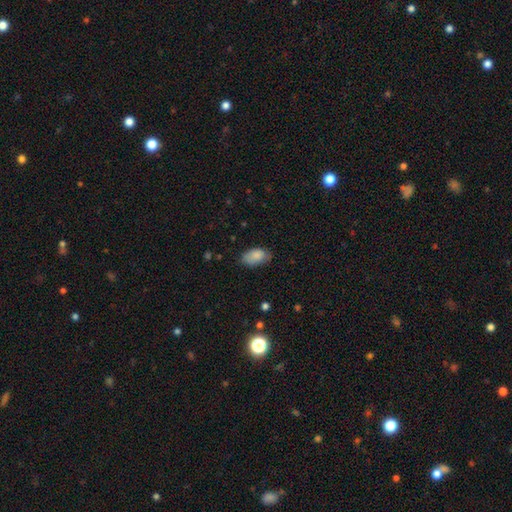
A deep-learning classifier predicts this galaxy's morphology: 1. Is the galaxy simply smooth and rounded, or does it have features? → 86% smooth, 7% star or artifact, 7% featured or disk.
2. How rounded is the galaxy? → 93% in between, 5% round, 2% cigar-shaped.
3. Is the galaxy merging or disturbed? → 69% none, 25% minor disturbance, 5% major disturbance, 1% merger.